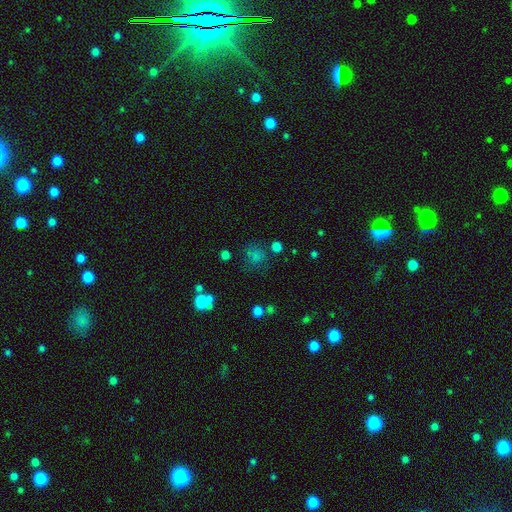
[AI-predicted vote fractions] Overall: smooth (71%). How rounded: round (80%). Merging: none (67%).